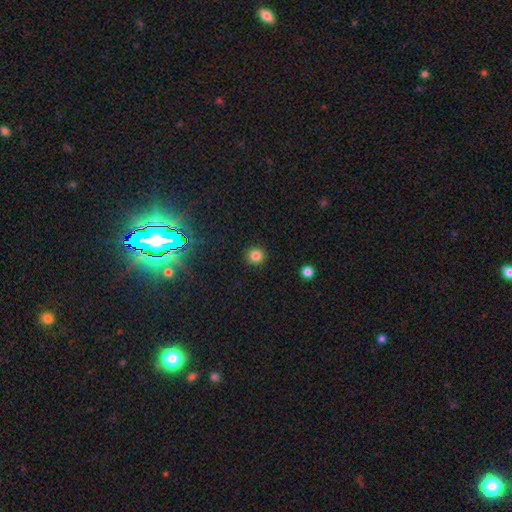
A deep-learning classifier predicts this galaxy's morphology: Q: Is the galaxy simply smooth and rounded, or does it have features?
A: smooth — 82%.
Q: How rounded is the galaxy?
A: round — 94%.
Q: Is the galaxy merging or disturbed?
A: none — 92%.